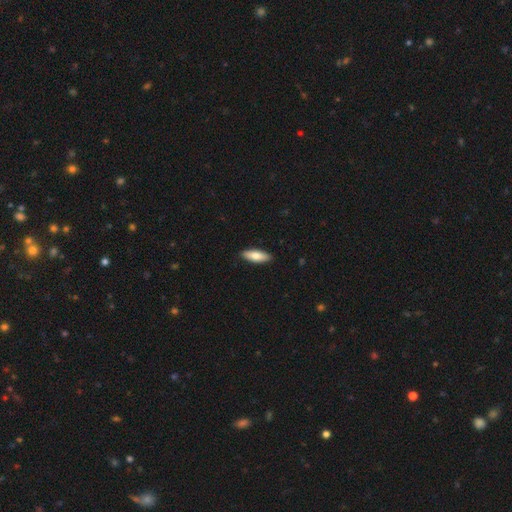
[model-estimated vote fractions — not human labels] The model was most divided on "how rounded": in between: 63%, cigar-shaped: 35%, round: 2%. More confident: merging — none (90%); smooth or featured — smooth (77%).